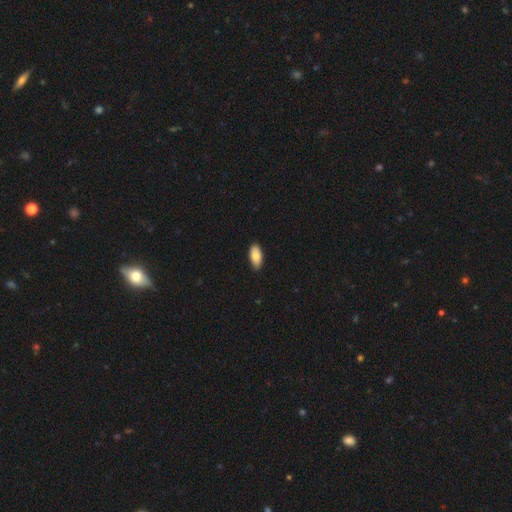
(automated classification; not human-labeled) The model was most divided on "smooth or featured": smooth: 84%, featured or disk: 10%, star or artifact: 6%. More confident: how rounded — in between (92%); merging — none (87%).